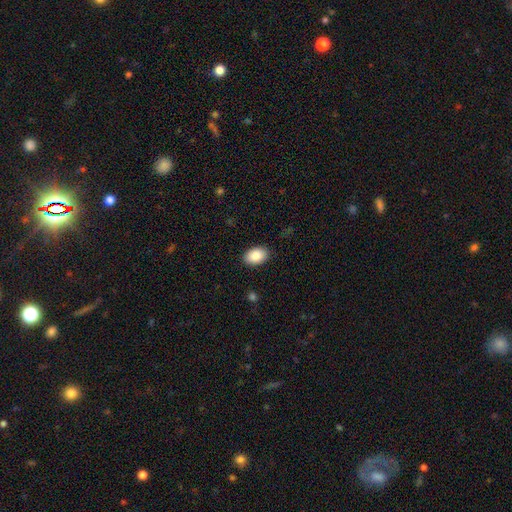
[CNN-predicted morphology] The model was most divided on "how rounded": in between: 88%, round: 11%, cigar-shaped: 1%. More confident: merging — none (89%); smooth or featured — smooth (87%).